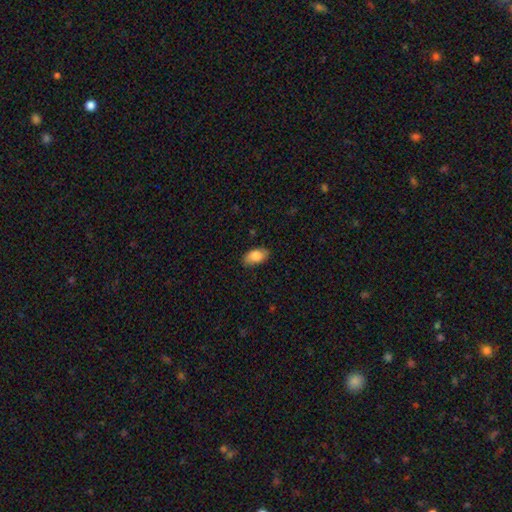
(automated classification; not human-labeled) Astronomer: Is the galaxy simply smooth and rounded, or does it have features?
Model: smooth — 84%.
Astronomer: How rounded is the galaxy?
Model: in between — 93%.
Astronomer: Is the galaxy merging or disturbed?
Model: none — 82%.